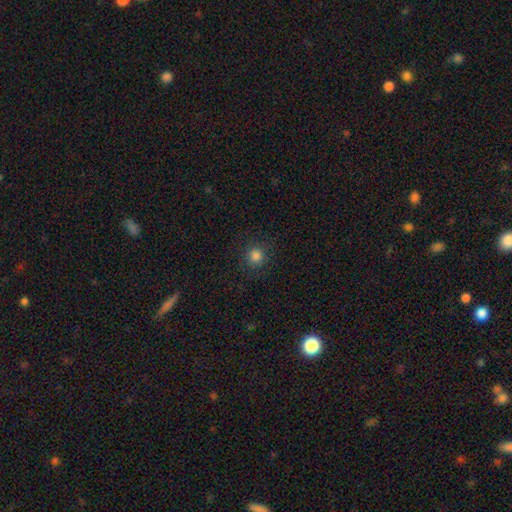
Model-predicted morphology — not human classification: Overall: smooth (83%). How rounded: round (93%). Merging: none (90%).